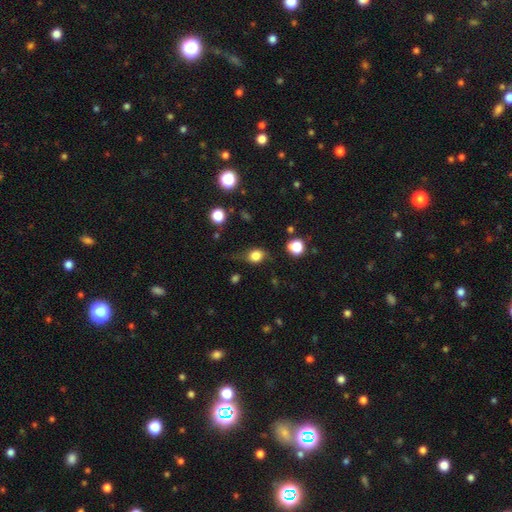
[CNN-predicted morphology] Smooth or featured: smooth — 77% (featured or disk — 12%)
How rounded: in between — 50% (round — 48%)
Merging: none — 56% (minor disturbance — 29%)